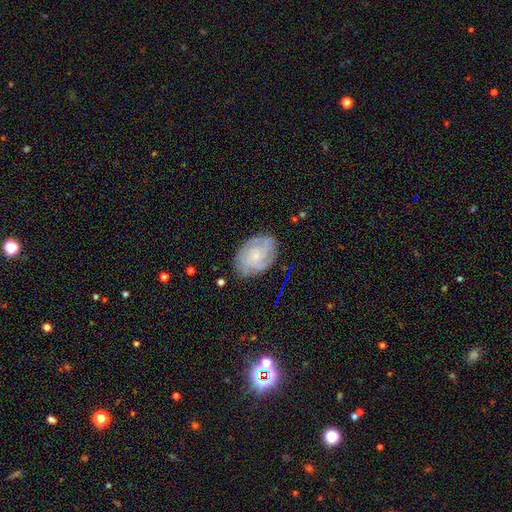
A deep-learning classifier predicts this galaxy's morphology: Overall: featured or disk (78%). Edge-on disk: no (97%). Bar: no (72%). Spiral arms: yes (96%). Spiral arm count: 3 (28%; can't tell 26%). Spiral winding: tight (64%; medium 30%). Bulge size: small (73%). Merging: none (77%).